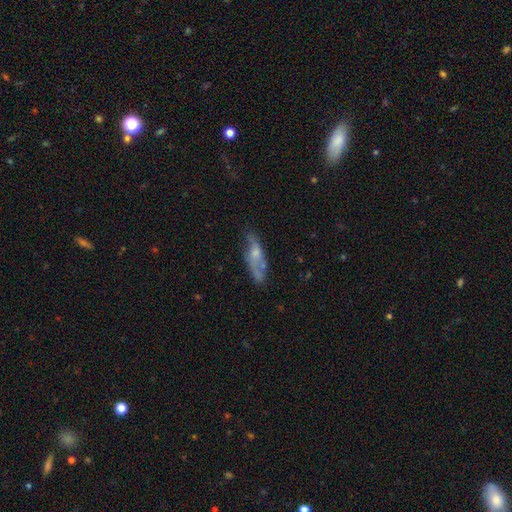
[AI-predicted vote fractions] This is possibly a featured or disk galaxy (51%). It is likely not viewed edge-on (67%). Merging: possibly none (57%).